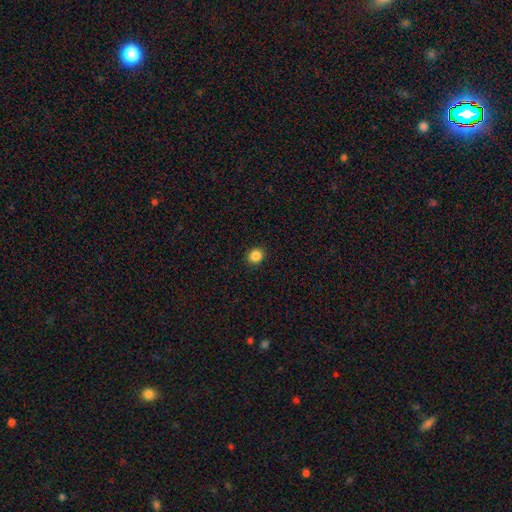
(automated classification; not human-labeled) This is clearly a smooth galaxy (87%). How rounded: clearly round (82%). Merging: clearly none (92%).